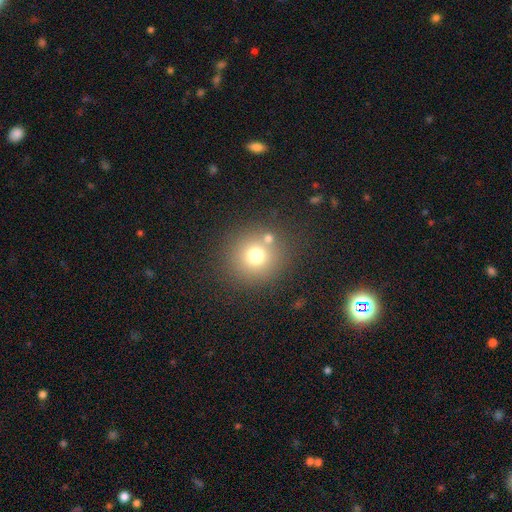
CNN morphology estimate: smooth_or_featured: smooth (p=0.72) [alt: star or artifact p=0.17]
how_rounded: round (p=0.92) [alt: in between p=0.07]
merging: none (p=0.78) [alt: merger p=0.10]